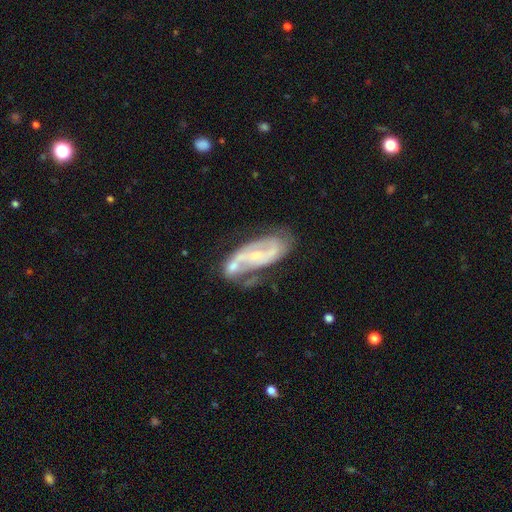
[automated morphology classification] Smooth or featured: featured or disk — 79% (smooth — 14%)
Edge-on disk: no — 92% (yes — 8%)
Bar: weak — 39% (no — 37%)
Spiral arms: yes — 87% (no — 13%)
Spiral winding: medium — 45% (tight — 32%)
Spiral arm count: 2 — 73% (can't tell — 16%)
Bulge size: small — 66% (moderate — 24%)
Merging: none — 42% (merger — 23%)